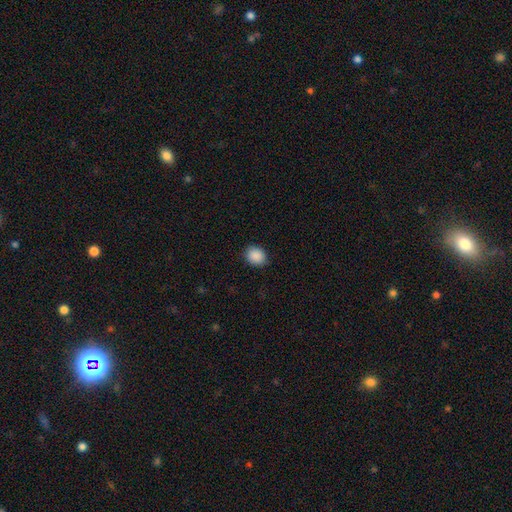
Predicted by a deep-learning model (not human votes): smooth 90%, star or artifact 8%, featured or disk 2%. Down the decision tree: how rounded — round (61%); merging — none (89%).